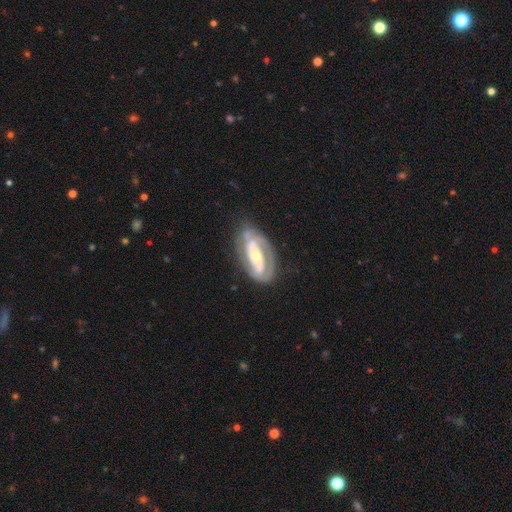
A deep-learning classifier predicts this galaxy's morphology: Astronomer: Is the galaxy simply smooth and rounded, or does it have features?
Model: featured or disk — 82%.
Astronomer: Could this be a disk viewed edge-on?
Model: no — 94%.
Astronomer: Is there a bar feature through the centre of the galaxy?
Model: no — 49% (runner-up: weak, 27%).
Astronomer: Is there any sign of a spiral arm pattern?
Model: yes — 84%.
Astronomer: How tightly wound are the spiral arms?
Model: tight — 55% (runner-up: medium, 33%).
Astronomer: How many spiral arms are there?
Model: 2 — 62%.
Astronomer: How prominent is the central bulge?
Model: moderate — 50% (runner-up: small, 43%).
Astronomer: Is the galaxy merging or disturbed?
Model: none — 64%.